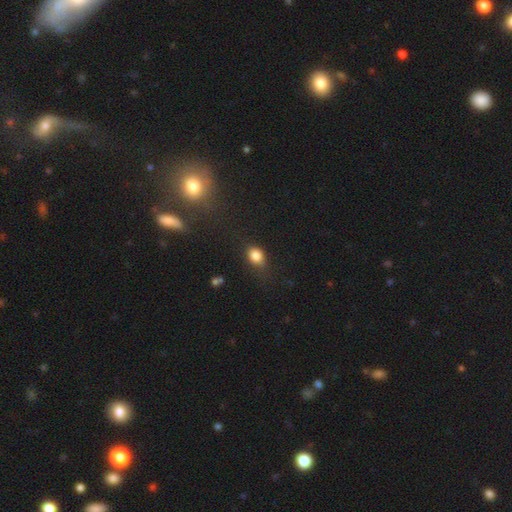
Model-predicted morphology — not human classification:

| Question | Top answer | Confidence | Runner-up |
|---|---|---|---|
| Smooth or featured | smooth | 83% | star or artifact (11%) |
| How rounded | in between | 57% | round (41%) |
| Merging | none | 65% | minor disturbance (25%) |